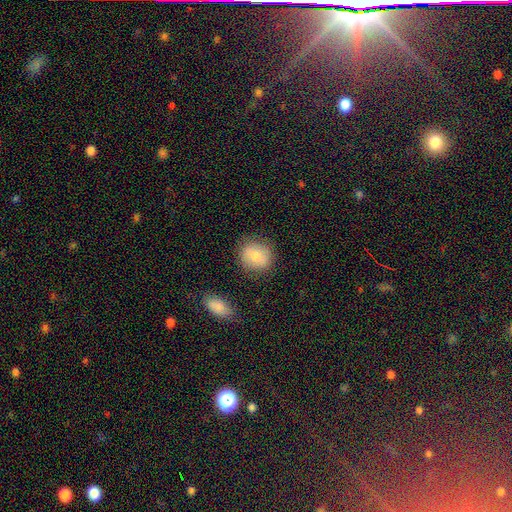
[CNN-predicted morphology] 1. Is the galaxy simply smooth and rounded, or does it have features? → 74% smooth, 18% featured or disk, 8% star or artifact.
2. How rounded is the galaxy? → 84% round, 15% in between, 1% cigar-shaped.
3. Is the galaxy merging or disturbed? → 81% none, 12% minor disturbance, 3% major disturbance, 3% merger.